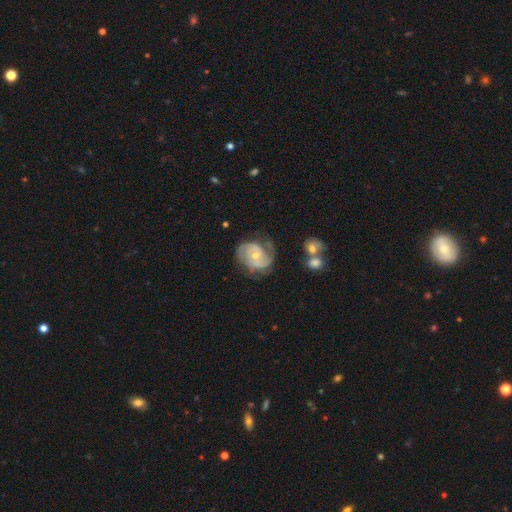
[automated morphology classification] Smooth or featured: featured or disk — 80% (smooth — 14%)
Edge-on disk: no — 98% (yes — 2%)
Bar: no — 65% (weak — 30%)
Spiral arms: yes — 92% (no — 8%)
Spiral winding: medium — 43% (tight — 42%)
Spiral arm count: 2 — 66% (can't tell — 15%)
Bulge size: small — 52% (moderate — 44%)
Merging: none — 60% (minor disturbance — 24%)